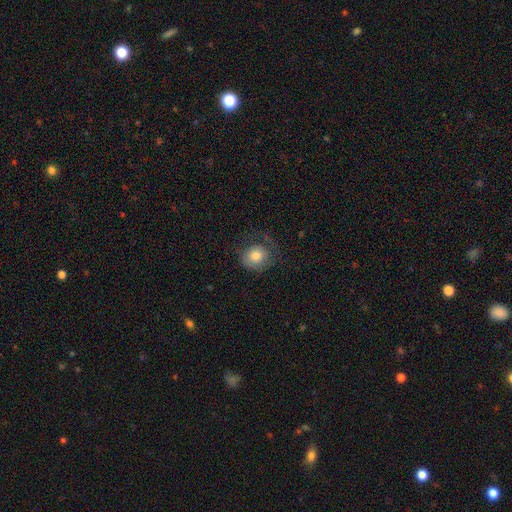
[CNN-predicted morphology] Smooth or featured?
  - smooth: 68% *
  - featured or disk: 24%
  - star or artifact: 8%
How rounded?
  - round: 80% *
  - in between: 19%
  - cigar-shaped: 1%
Merging?
  - none: 55% *
  - major disturbance: 22%
  - minor disturbance: 21%
  - merger: 1%